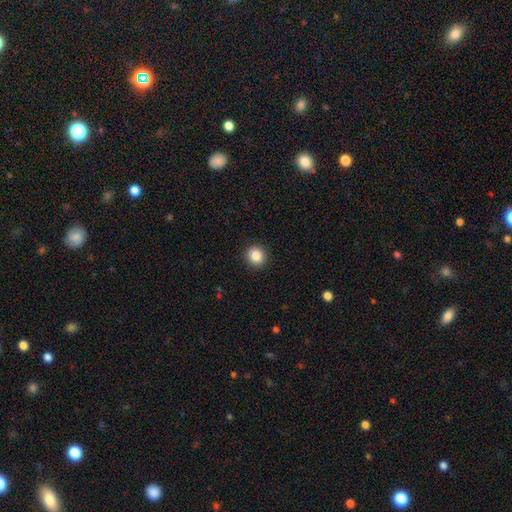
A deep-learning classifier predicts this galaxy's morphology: smooth_or_featured: smooth (p=0.87) [alt: star or artifact p=0.09]
how_rounded: round (p=0.86) [alt: in between p=0.13]
merging: none (p=0.92) [alt: minor disturbance p=0.06]